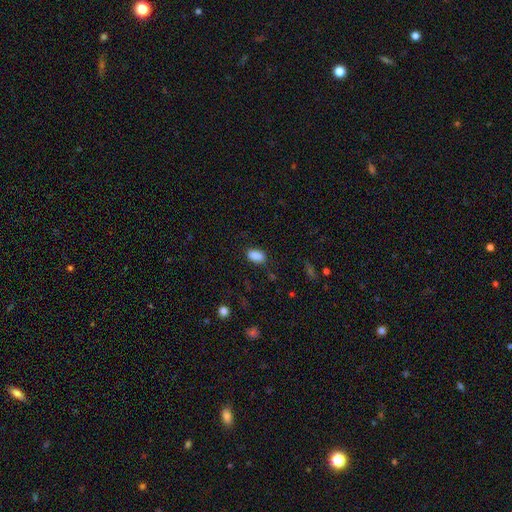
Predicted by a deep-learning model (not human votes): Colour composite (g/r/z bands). It shows a smooth galaxy with no disk features (88%) that is in between round and cigar-shaped (91%). Merging: none (83%).